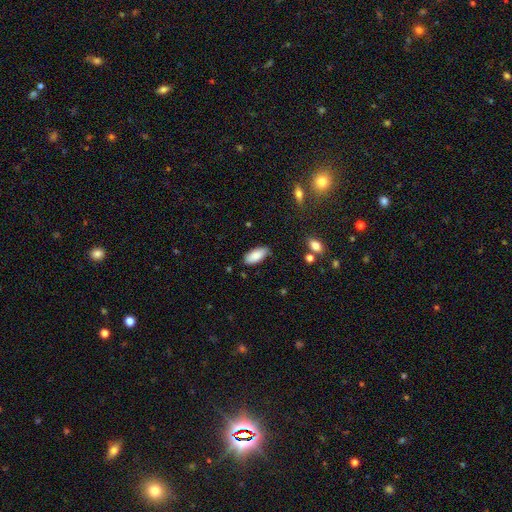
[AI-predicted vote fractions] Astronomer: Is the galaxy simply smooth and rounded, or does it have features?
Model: smooth — 86%.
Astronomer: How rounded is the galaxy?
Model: in between — 87%.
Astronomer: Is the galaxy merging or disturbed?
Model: none — 79%.